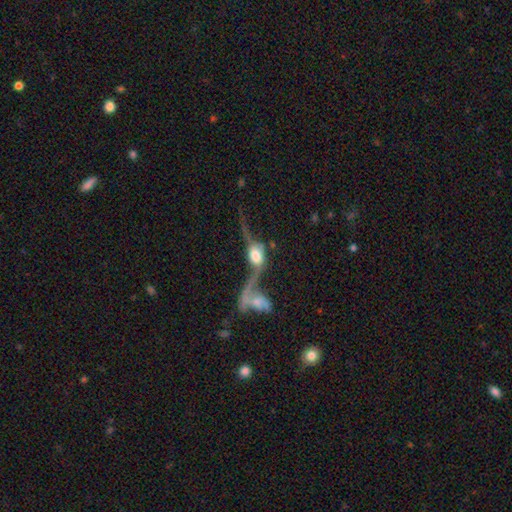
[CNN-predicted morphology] Q: Smooth or featured?
A: featured or disk (58%); runner-up: smooth (32%)
Q: Edge-on disk?
A: no (71%); runner-up: yes (29%)
Q: Merging?
A: merger (66%); runner-up: major disturbance (17%)